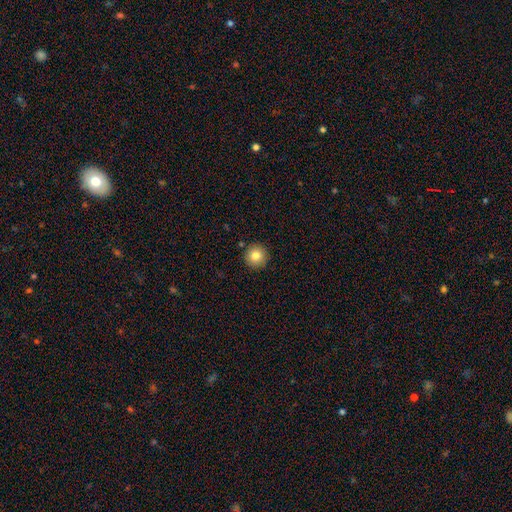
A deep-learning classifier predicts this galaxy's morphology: Smooth or featured? Predicted: smooth (p=0.82). How rounded? Predicted: round (p=0.96). Merging? Predicted: none (p=0.91).